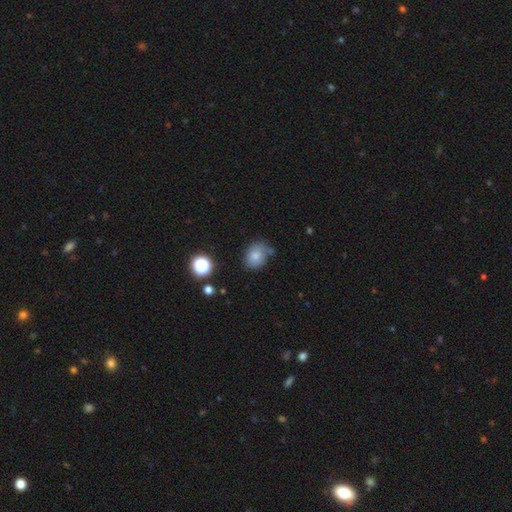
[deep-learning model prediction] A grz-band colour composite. It shows a smooth galaxy with no disk features (76%) that is in between round and cigar-shaped (56%). Merging: none (58%).